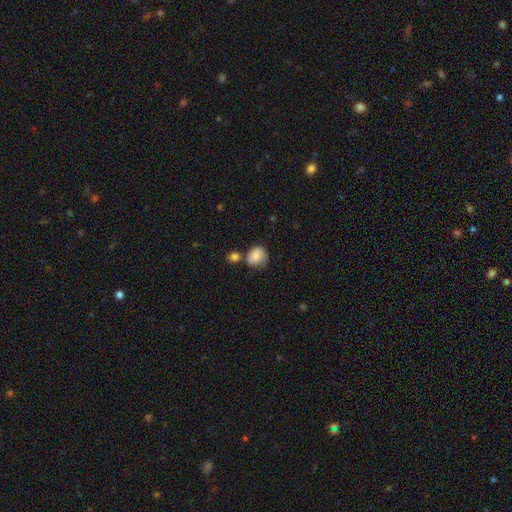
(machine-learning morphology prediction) smooth_or_featured: smooth (p=0.81) [alt: featured or disk p=0.11]
how_rounded: round (p=0.67) [alt: in between p=0.32]
merging: none (p=0.46) [alt: minor disturbance p=0.23]